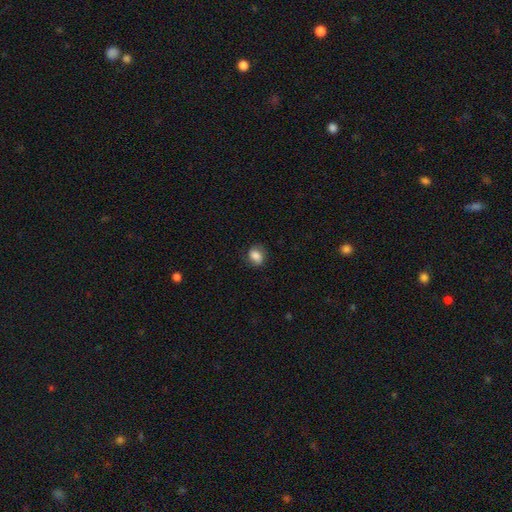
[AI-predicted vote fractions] smooth 82%, featured or disk 9%, star or artifact 9%. Down the decision tree: how rounded — in between (64%); merging — none (74%).